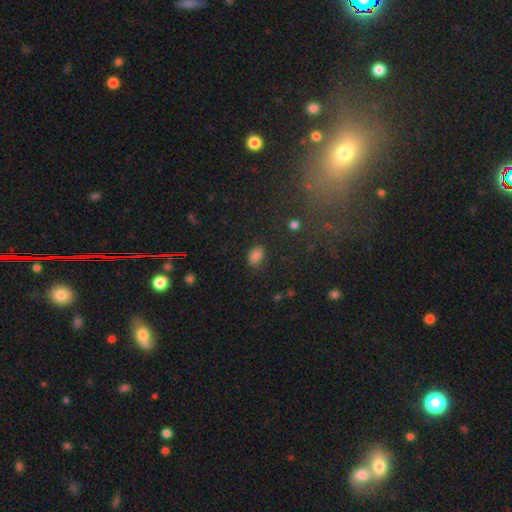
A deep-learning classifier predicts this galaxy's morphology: smooth_or_featured: smooth (p=0.83) [alt: star or artifact p=0.12]
how_rounded: in between (p=0.85) [alt: round p=0.13]
merging: none (p=0.83) [alt: minor disturbance p=0.12]